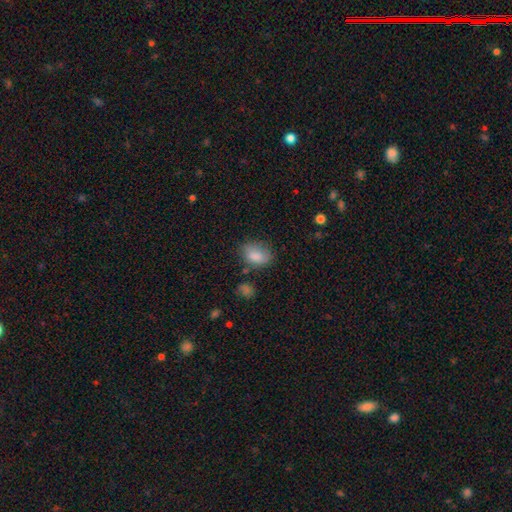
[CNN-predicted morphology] A smooth galaxy with no disk features (83%) that is in between round and cigar-shaped (79%). Merging: none (63%).